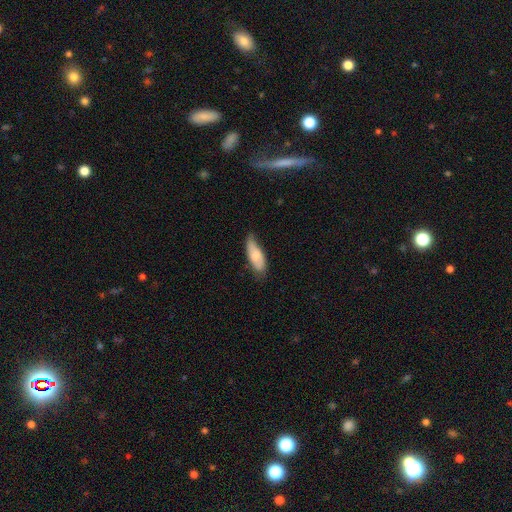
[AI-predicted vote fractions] Overall: smooth (72%). How rounded: in between (72%). Merging: none (60%; minor disturbance 32%).